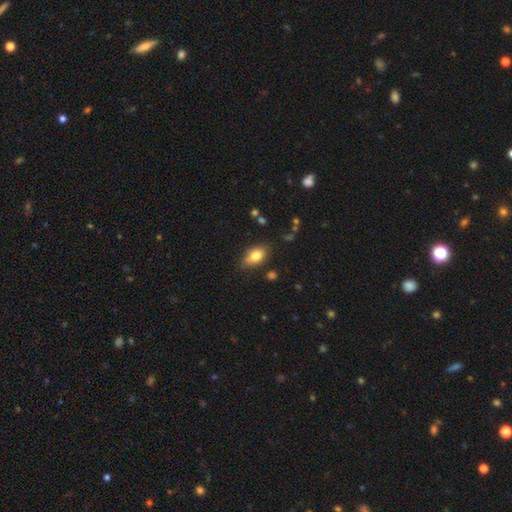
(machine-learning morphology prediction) Smooth or featured? smooth (79%)
How rounded? in between (86%)
Merging? none (72%)